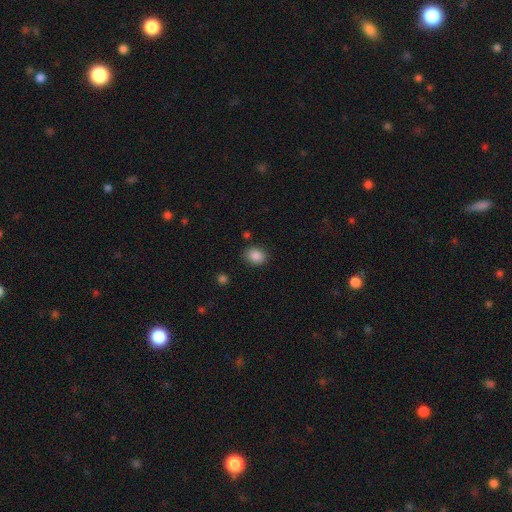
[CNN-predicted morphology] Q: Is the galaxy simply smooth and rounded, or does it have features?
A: smooth — 86%.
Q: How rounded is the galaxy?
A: round — 51%.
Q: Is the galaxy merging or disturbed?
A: none — 85%.